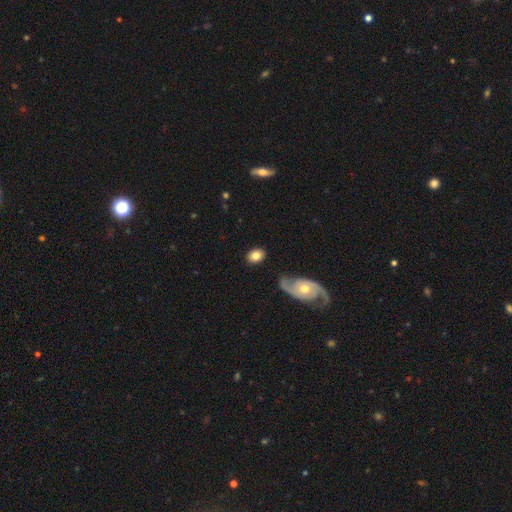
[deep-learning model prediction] smooth-or-featured: smooth: 80% | featured or disk: 14% | star or artifact: 7%
  how-rounded: in between: 70% | round: 29% | cigar-shaped: 1%
  merging: none: 81% | minor disturbance: 11% | major disturbance: 4% | merger: 4%